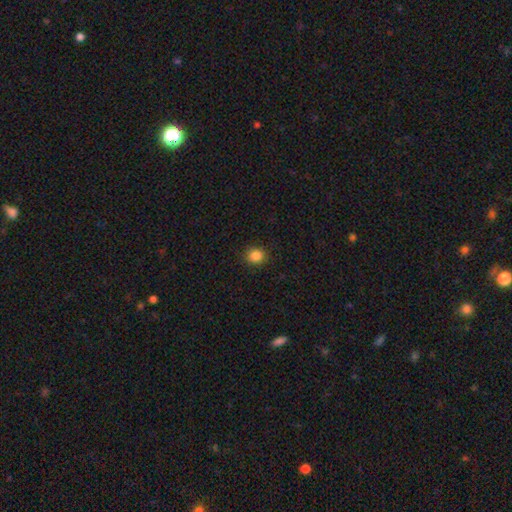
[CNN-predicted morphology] The model was most divided on "how rounded": round: 85%, in between: 14%, cigar-shaped: 1%. More confident: merging — none (90%); smooth or featured — smooth (86%).